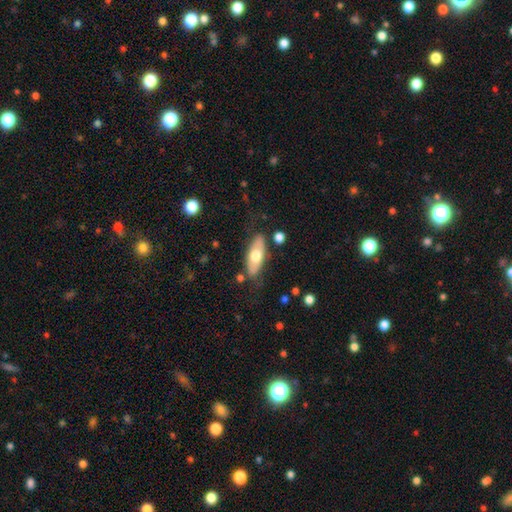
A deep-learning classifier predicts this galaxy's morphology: A smooth galaxy with no disk features (60%) that is in between round and cigar-shaped (73%).

Vote fractions:
- Smooth or featured? smooth: 60% / featured or disk: 35% / star or artifact: 6%
- How rounded? in between: 73% / cigar-shaped: 24% / round: 3%
- Merging? none: 76% / minor disturbance: 16% / major disturbance: 4% / merger: 3%